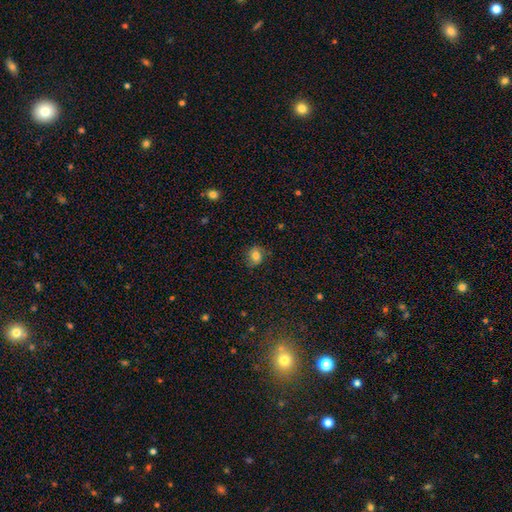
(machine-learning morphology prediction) Overall: smooth (76%). How rounded: round (62%; in between 37%). Merging: none (76%).